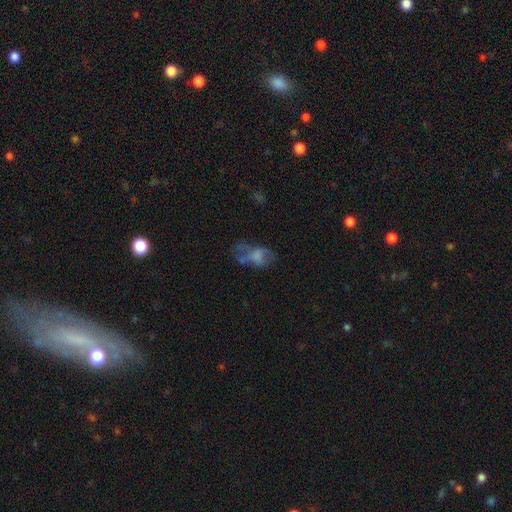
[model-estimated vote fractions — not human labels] Smooth or featured?
  - smooth: 51% *
  - featured or disk: 37%
  - star or artifact: 12%
How rounded?
  - in between: 83% *
  - round: 14%
  - cigar-shaped: 3%
Merging?
  - major disturbance: 34% *
  - none: 32%
  - minor disturbance: 22%
  - merger: 13%